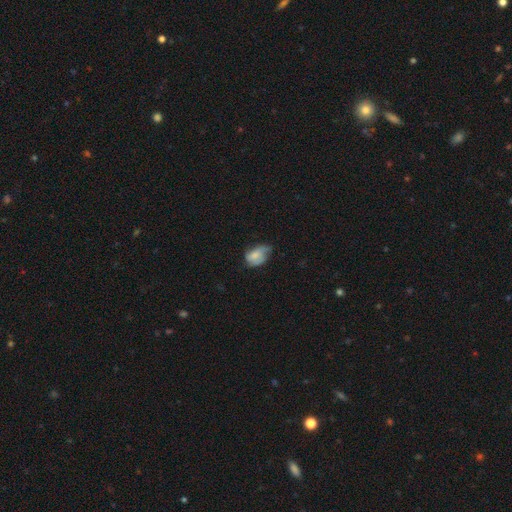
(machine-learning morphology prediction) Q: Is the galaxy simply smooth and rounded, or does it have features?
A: smooth — 56%.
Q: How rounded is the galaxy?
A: in between — 83%.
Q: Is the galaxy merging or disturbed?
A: minor disturbance — 40%.